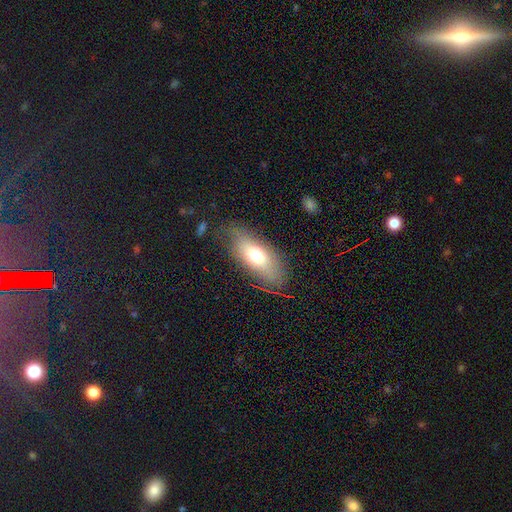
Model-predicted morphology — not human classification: Smooth or featured?
  - smooth: 65% *
  - featured or disk: 26%
  - star or artifact: 8%
How rounded?
  - in between: 82% *
  - cigar-shaped: 14%
  - round: 5%
Merging?
  - none: 73% *
  - minor disturbance: 18%
  - major disturbance: 7%
  - merger: 2%